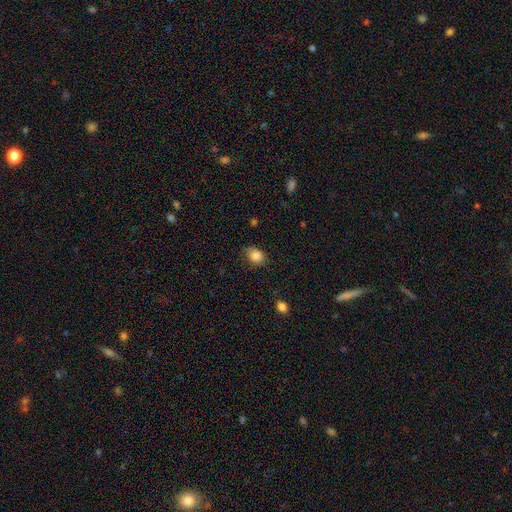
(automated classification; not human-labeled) smooth 85%, star or artifact 9%, featured or disk 6%. Down the decision tree: how rounded — in between (59%); merging — none (75%).